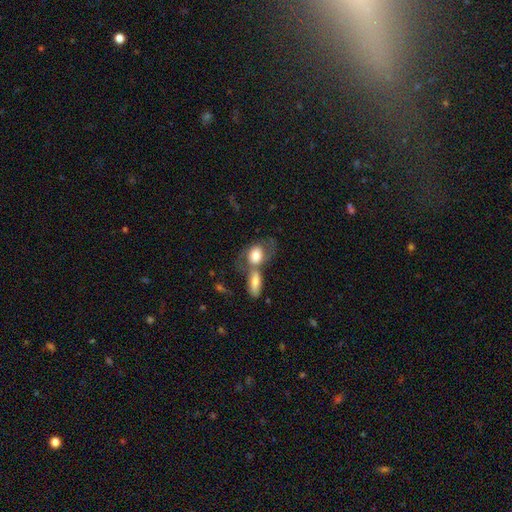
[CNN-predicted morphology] type=smooth (62%); roundness=in between (72%); merging=merger (59%).